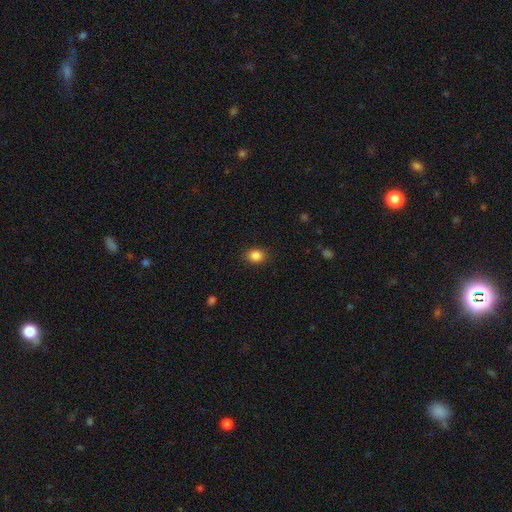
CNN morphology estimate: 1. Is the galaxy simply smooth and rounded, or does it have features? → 86% smooth, 10% star or artifact, 4% featured or disk.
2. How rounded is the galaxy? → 52% round, 47% in between, 1% cigar-shaped.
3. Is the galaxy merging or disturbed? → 88% none, 9% minor disturbance, 2% major disturbance, 1% merger.